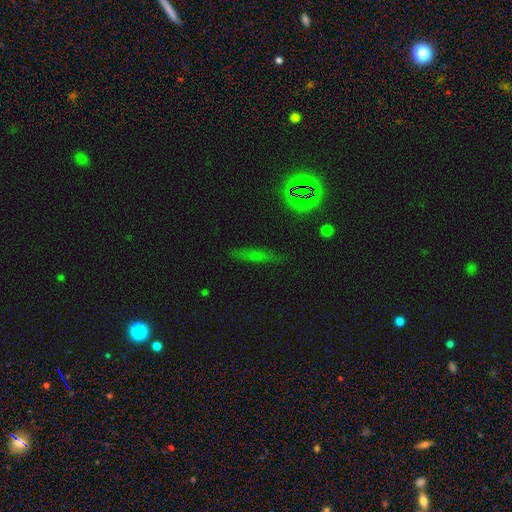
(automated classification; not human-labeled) Smooth or featured? smooth (46%)
Merging? none (82%)